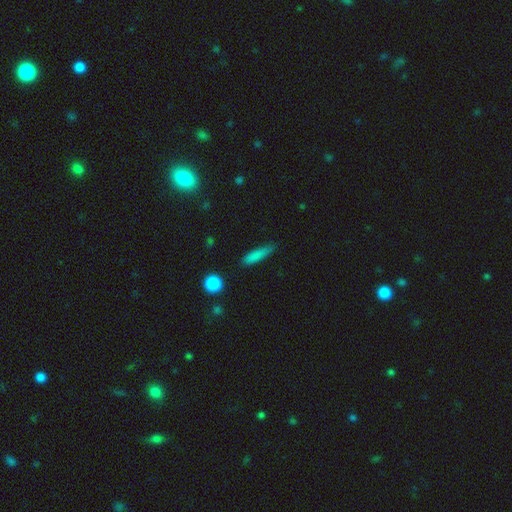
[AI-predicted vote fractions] Smooth or featured: smooth — 81% (featured or disk — 11%)
How rounded: cigar-shaped — 80% (in between — 17%)
Merging: none — 72% (minor disturbance — 22%)